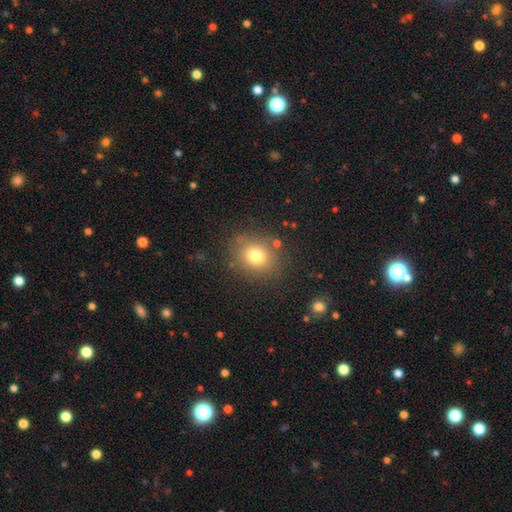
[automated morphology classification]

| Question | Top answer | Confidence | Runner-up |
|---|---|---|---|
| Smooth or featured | smooth | 76% | star or artifact (13%) |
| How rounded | round | 65% | in between (34%) |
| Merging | none | 80% | minor disturbance (12%) |